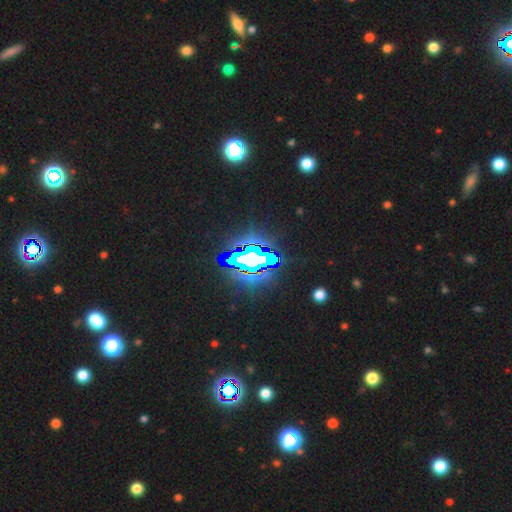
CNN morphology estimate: star or artifact 69%, featured or disk 16%, smooth 15%.